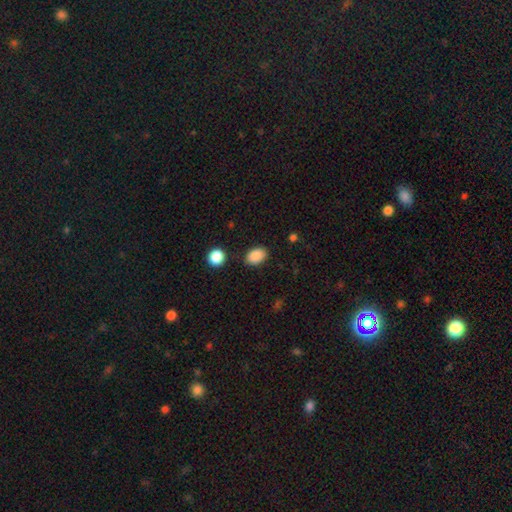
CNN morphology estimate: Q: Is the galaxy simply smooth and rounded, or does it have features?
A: smooth — 89%.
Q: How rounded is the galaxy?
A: in between — 81%.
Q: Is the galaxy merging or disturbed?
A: none — 84%.